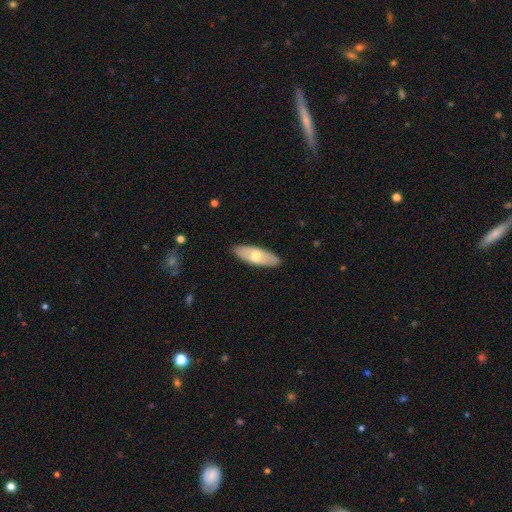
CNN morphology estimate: This appears to be a smooth galaxy with no disk features (59%) that is in between round and cigar-shaped (72%). Merging: none (88%).